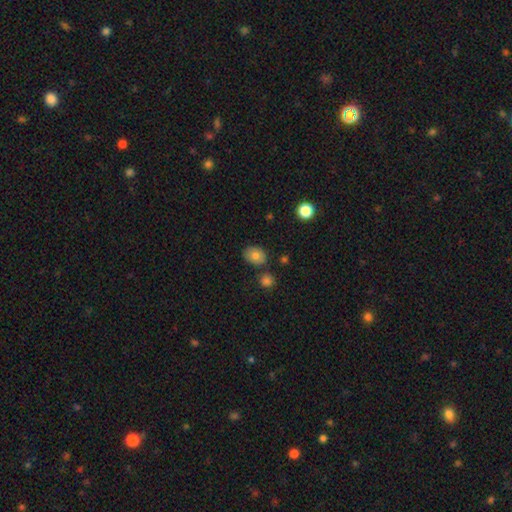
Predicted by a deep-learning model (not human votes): smooth 81%, star or artifact 10%, featured or disk 10%. Down the decision tree: how rounded — in between (67%); merging — none (76%).